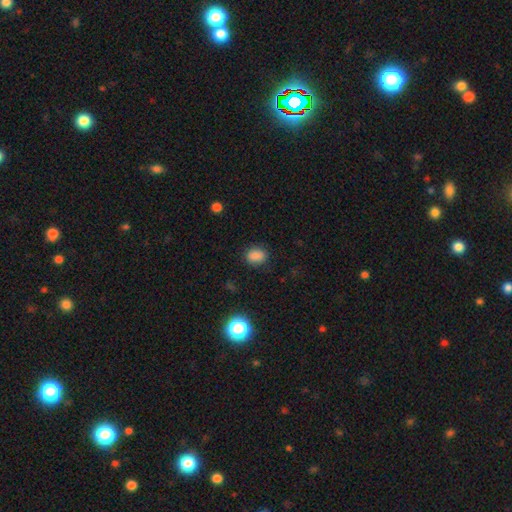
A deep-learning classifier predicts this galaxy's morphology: A smooth galaxy with no disk features (85%) that is in between round and cigar-shaped (64%).

Vote fractions:
- Smooth or featured? smooth: 85% / star or artifact: 12% / featured or disk: 3%
- How rounded? in between: 64% / round: 35% / cigar-shaped: 1%
- Merging? none: 83% / minor disturbance: 12% / major disturbance: 3% / merger: 1%